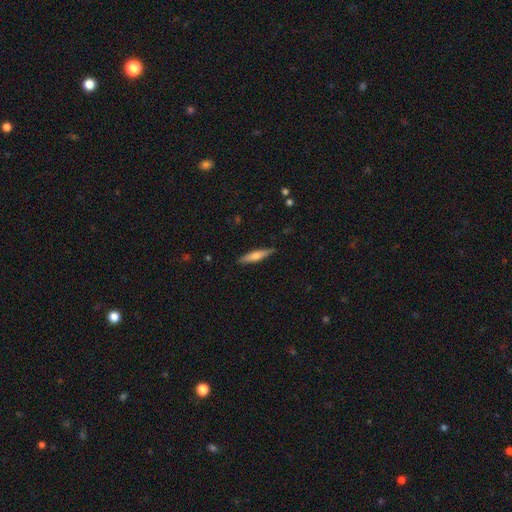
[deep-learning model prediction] A smooth galaxy with no disk features (57%) that is cigar-shaped (86%).

Vote fractions:
- Smooth or featured? smooth: 57% / featured or disk: 37% / star or artifact: 6%
- How rounded? cigar-shaped: 86% / in between: 13% / round: 2%
- Merging? none: 87% / minor disturbance: 10% / major disturbance: 2% / merger: 1%